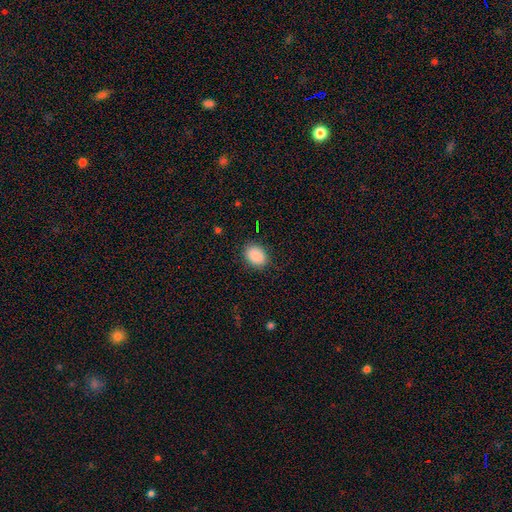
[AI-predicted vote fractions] Smooth or featured: smooth — 89% (star or artifact — 8%)
How rounded: in between — 70% (round — 29%)
Merging: none — 87% (minor disturbance — 9%)